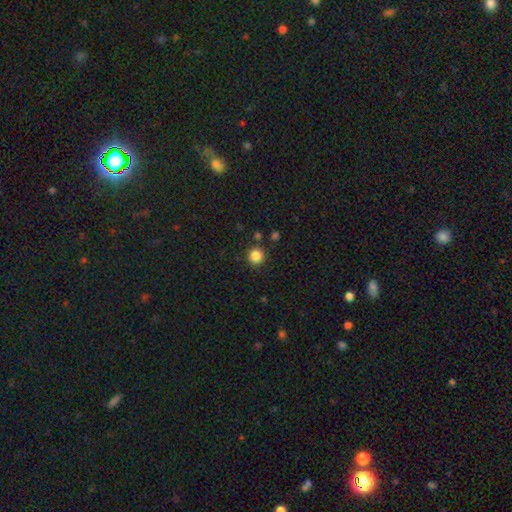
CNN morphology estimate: Smooth or featured?
  - smooth: 85% *
  - star or artifact: 12%
  - featured or disk: 4%
How rounded?
  - round: 95% *
  - in between: 5%
  - cigar-shaped: 1%
Merging?
  - none: 89% *
  - minor disturbance: 6%
  - merger: 3%
  - major disturbance: 2%